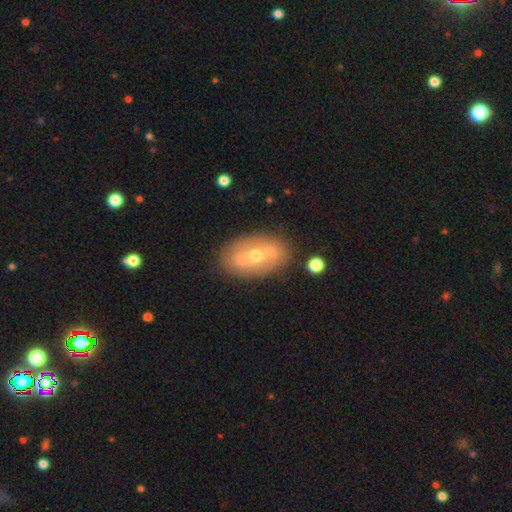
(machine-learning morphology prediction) This appears to be a featured or disk galaxy (74%) with a strong bar (50%), spiral arms (61%) and a moderate central bulge (65%). Merging: none (85%).